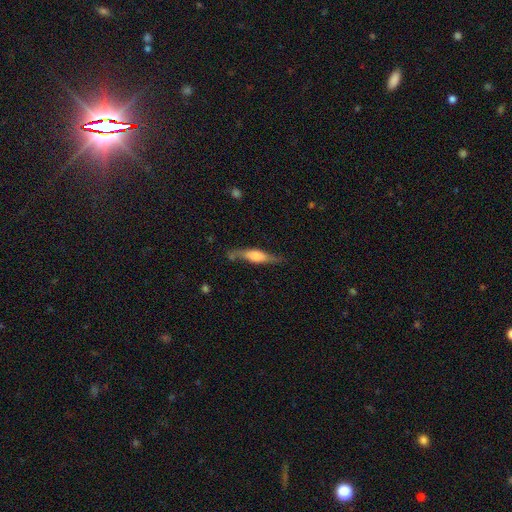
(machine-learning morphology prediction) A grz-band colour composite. It shows a featured or disk galaxy (58%) viewed edge-on (86%) with a rounded central bulge (67%). Merging: none (70%).